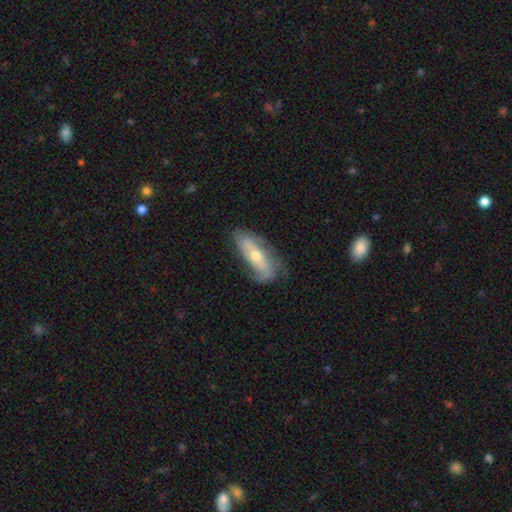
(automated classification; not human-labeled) The model was most divided on "bar": no: 47%, weak: 27%, strong: 26%. More confident: edge-on disk — no (81%); spiral arms — yes (77%); smooth or featured — featured or disk (66%); merging — none (61%); bulge size — moderate (58%).